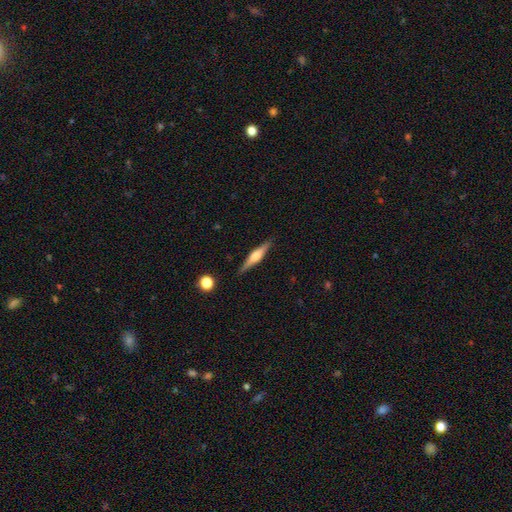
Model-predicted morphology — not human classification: The model was most divided on "smooth or featured": featured or disk: 65%, smooth: 29%, star or artifact: 6%. More confident: edge-on disk — yes (97%); merging — none (88%); edge-on bulge — rounded (88%).